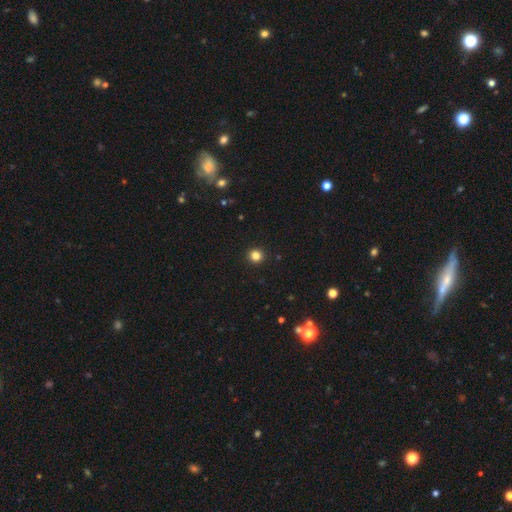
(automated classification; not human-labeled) smooth-or-featured: smooth: 83% | star or artifact: 13% | featured or disk: 4%
  how-rounded: round: 93% | in between: 6% | cigar-shaped: 1%
  merging: none: 93% | minor disturbance: 4% | major disturbance: 2% | merger: 1%